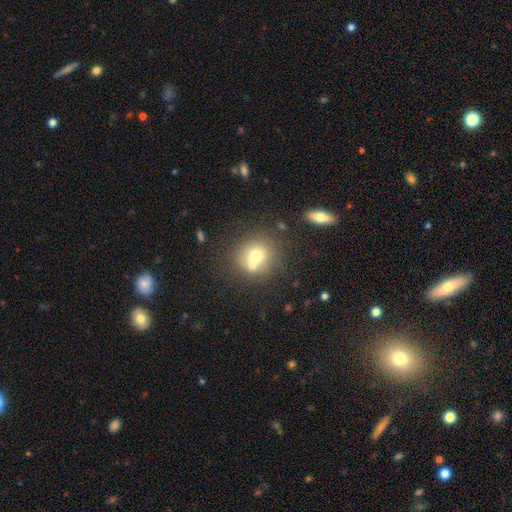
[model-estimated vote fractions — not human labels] Morphology: type=smooth (65%); roundness=round (83%); merging=merger (46%).